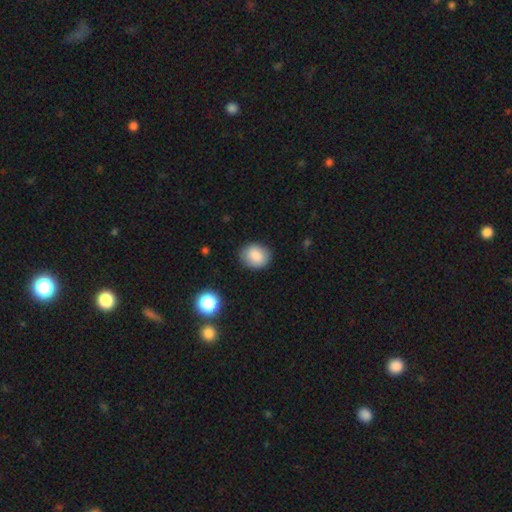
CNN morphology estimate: The model was most divided on "how rounded": round: 59%, in between: 40%, cigar-shaped: 1%. More confident: smooth or featured — smooth (86%); merging — none (83%).